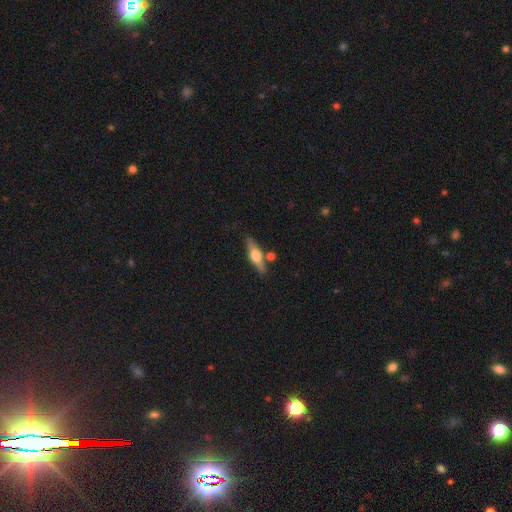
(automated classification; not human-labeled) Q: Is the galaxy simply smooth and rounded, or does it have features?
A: featured or disk — 59%.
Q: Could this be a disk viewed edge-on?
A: yes — 93%.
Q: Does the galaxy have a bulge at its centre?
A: rounded — 92%.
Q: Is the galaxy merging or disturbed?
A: none — 76%.